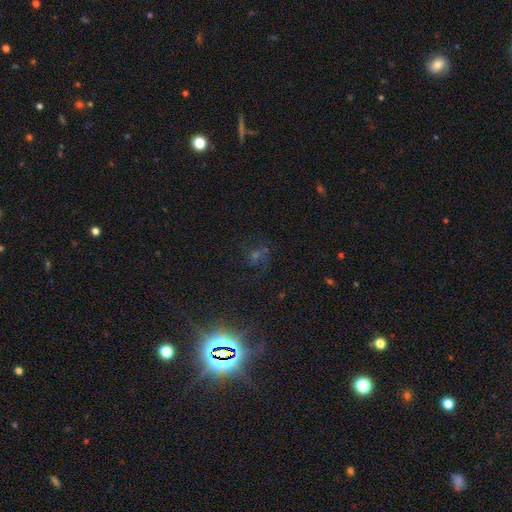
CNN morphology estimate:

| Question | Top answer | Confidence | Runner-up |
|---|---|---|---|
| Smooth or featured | star or artifact | 62% | smooth (20%) |